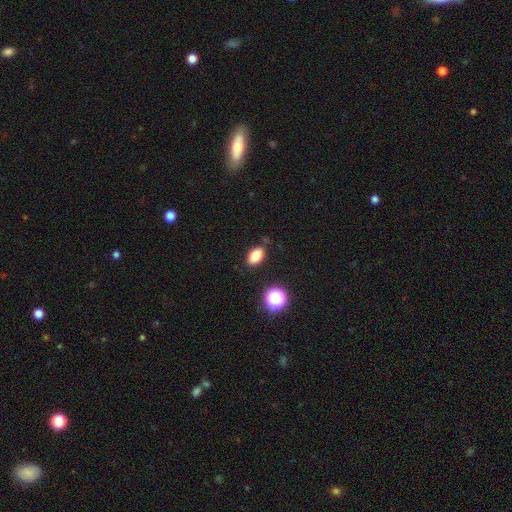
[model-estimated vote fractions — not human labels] smooth-or-featured: smooth: 82% | star or artifact: 11% | featured or disk: 6%
  how-rounded: in between: 88% | round: 10% | cigar-shaped: 2%
  merging: none: 85% | minor disturbance: 11% | major disturbance: 2% | merger: 2%